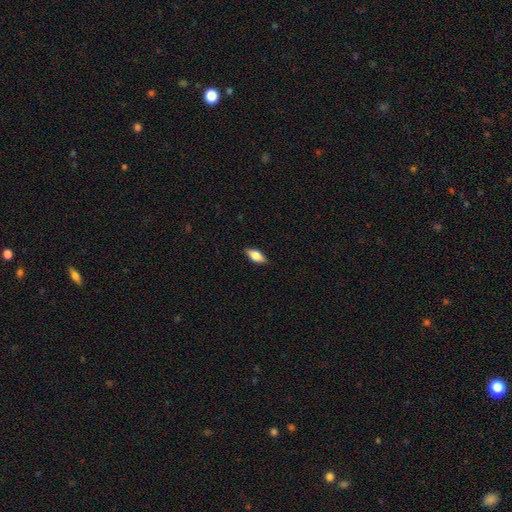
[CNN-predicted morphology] Smooth or featured? smooth (68%)
How rounded? in between (81%)
Merging? none (88%)